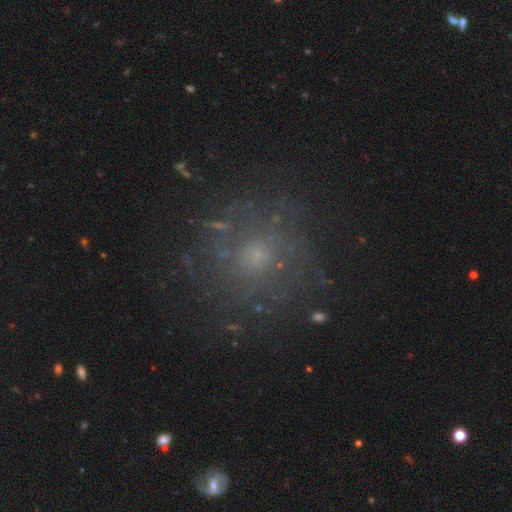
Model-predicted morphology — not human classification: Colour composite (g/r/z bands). It shows a featured or disk galaxy (47%). Merging: none (76%).